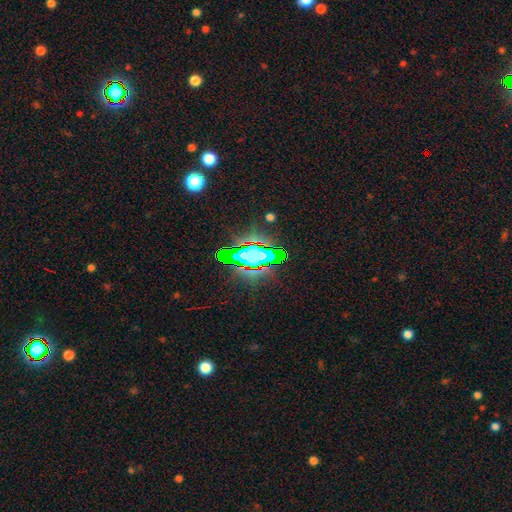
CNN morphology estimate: This is likely a star or artifact rather than a galaxy (70%).